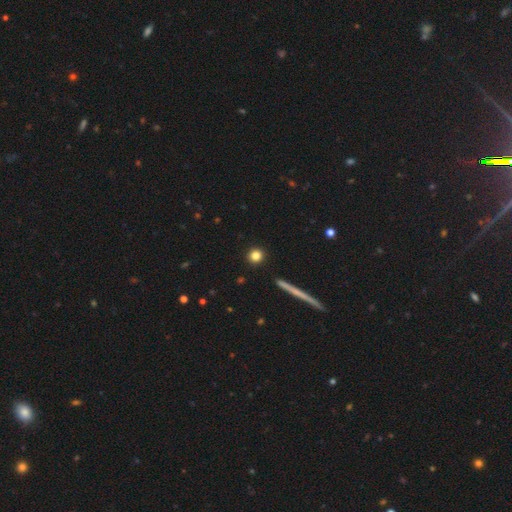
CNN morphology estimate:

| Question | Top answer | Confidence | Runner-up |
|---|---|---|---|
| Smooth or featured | smooth | 83% | star or artifact (10%) |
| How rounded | round | 91% | in between (7%) |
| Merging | none | 93% | minor disturbance (5%) |